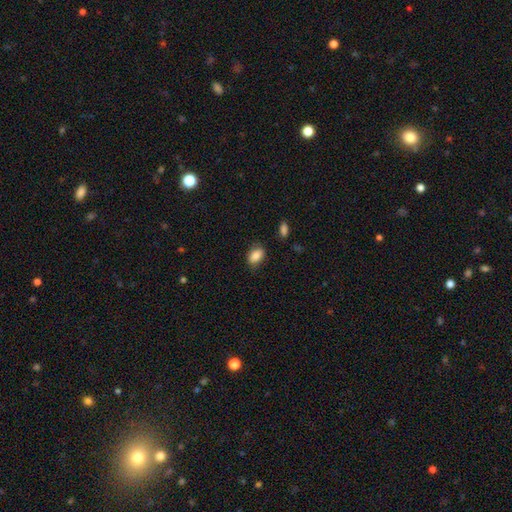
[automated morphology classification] Smooth or featured: smooth — 86% (star or artifact — 8%)
How rounded: in between — 86% (round — 12%)
Merging: none — 79% (minor disturbance — 15%)